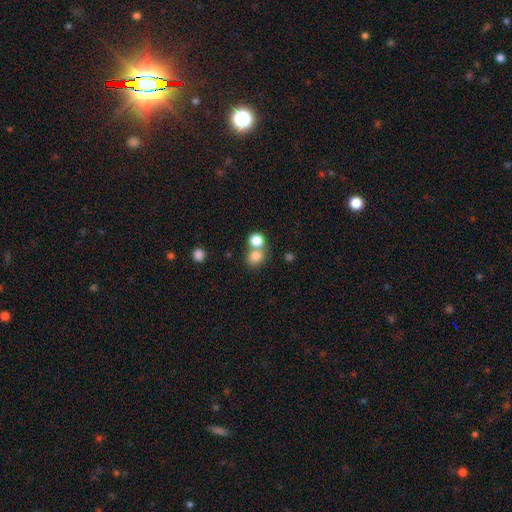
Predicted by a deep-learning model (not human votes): Q: Smooth or featured?
A: smooth (81%); runner-up: star or artifact (12%)
Q: How rounded?
A: round (72%); runner-up: in between (27%)
Q: Merging?
A: none (46%); runner-up: merger (43%)